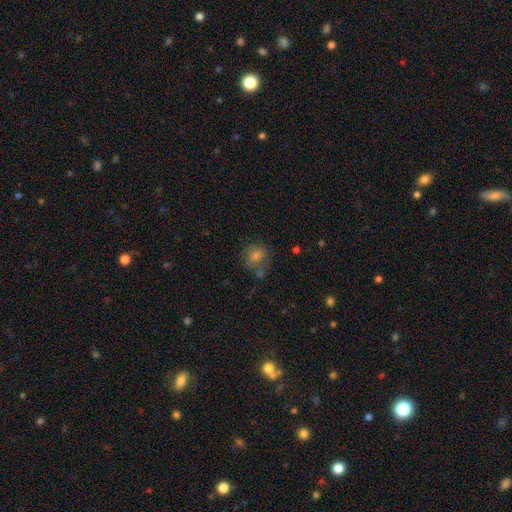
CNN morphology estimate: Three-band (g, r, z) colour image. It shows a smooth galaxy with no disk features (58%) that is round (66%). Merging: none (64%).